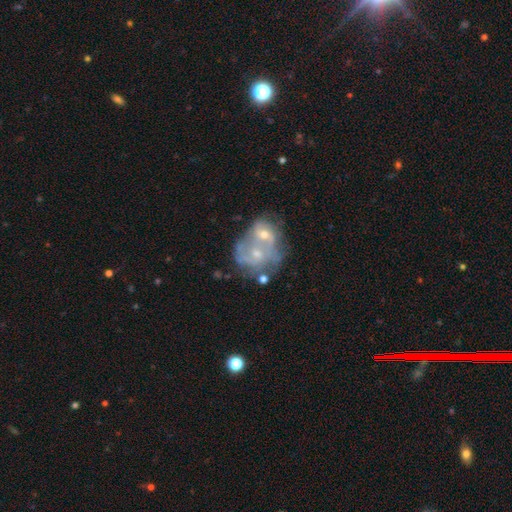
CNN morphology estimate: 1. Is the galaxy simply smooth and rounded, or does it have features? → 67% featured or disk, 23% smooth, 10% star or artifact.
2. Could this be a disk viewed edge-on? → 97% no, 3% yes.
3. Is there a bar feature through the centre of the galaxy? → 75% no, 21% weak, 4% strong.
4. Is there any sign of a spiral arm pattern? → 57% yes, 43% no.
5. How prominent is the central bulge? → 55% small, 34% moderate, 8% none, 2% large, 1% dominant.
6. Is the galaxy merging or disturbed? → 68% merger, 17% none, 8% minor disturbance, 8% major disturbance.